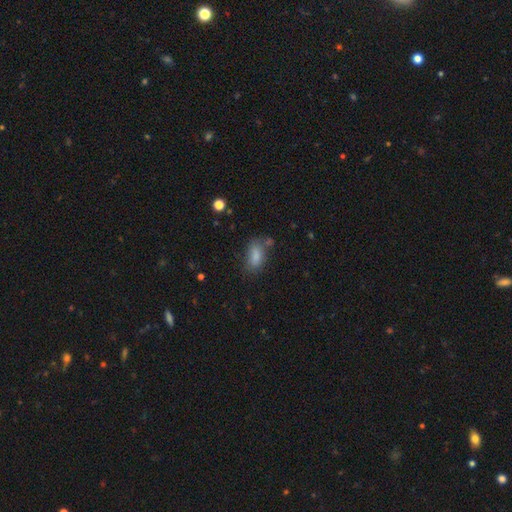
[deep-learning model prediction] Q: Smooth or featured?
A: smooth (82%); runner-up: star or artifact (10%)
Q: How rounded?
A: in between (88%); runner-up: cigar-shaped (6%)
Q: Merging?
A: none (59%); runner-up: minor disturbance (24%)